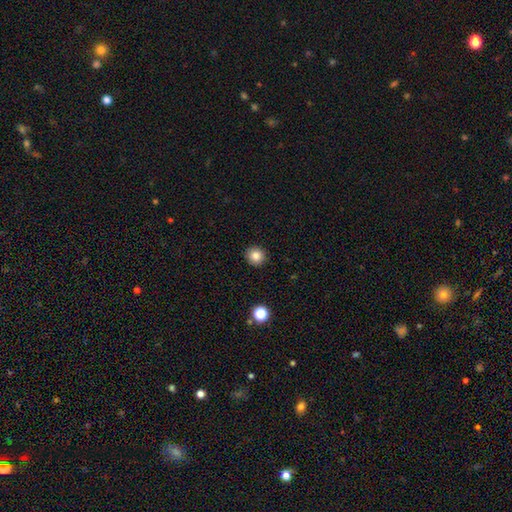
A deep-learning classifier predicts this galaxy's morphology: type=smooth (83%); roundness=round (91%); merging=none (92%).